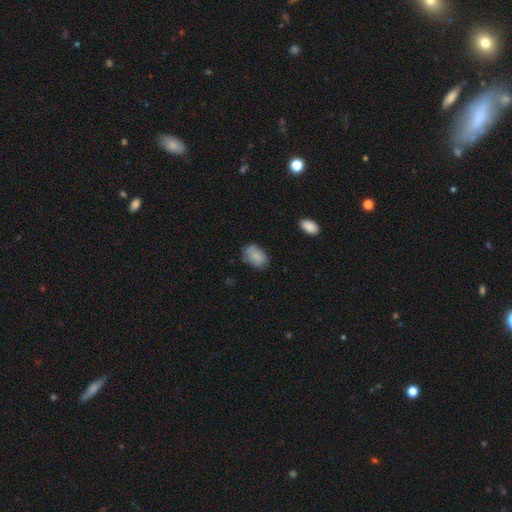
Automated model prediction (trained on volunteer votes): Smooth or featured?
  - smooth: 79% *
  - featured or disk: 13%
  - star or artifact: 8%
How rounded?
  - in between: 86% *
  - round: 12%
  - cigar-shaped: 1%
Merging?
  - none: 68% *
  - minor disturbance: 24%
  - major disturbance: 6%
  - merger: 2%